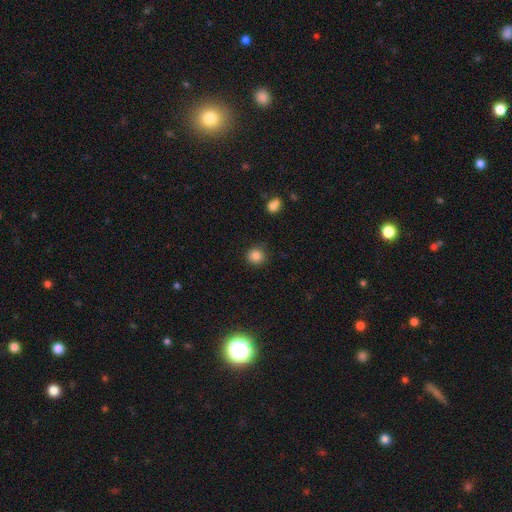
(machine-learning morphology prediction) The model was most divided on "smooth or featured": smooth: 84%, star or artifact: 11%, featured or disk: 5%. More confident: how rounded — round (91%); merging — none (89%).